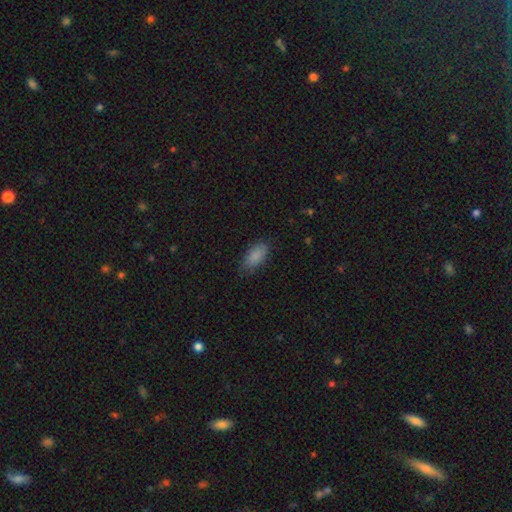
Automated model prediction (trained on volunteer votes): Smooth or featured? Predicted: smooth (p=0.87). How rounded? Predicted: in between (p=0.90). Merging? Predicted: none (p=0.72).